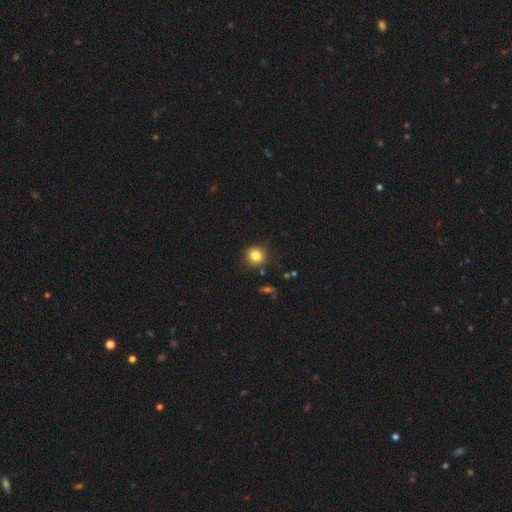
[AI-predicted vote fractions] smooth_or_featured: smooth (p=0.82) [alt: star or artifact p=0.12]
how_rounded: round (p=0.92) [alt: in between p=0.07]
merging: none (p=0.88) [alt: minor disturbance p=0.07]